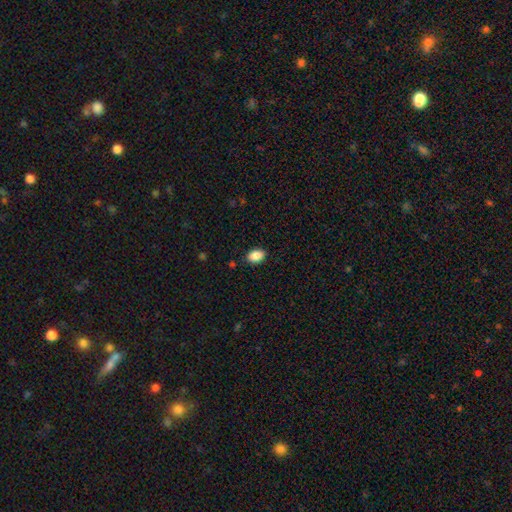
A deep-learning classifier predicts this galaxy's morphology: type=smooth (89%); roundness=in between (87%); merging=none (87%).